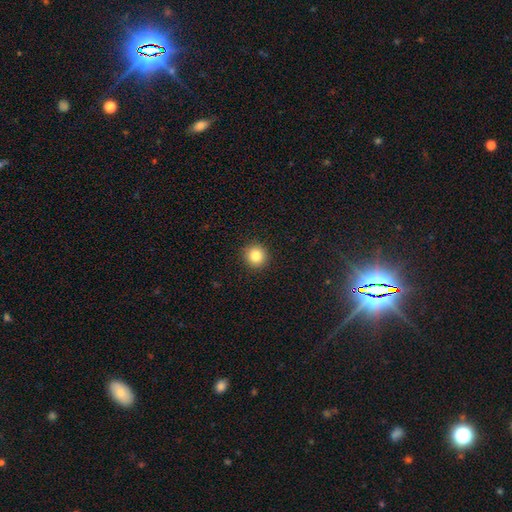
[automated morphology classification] Overall: smooth (84%). How rounded: round (94%). Merging: none (92%).